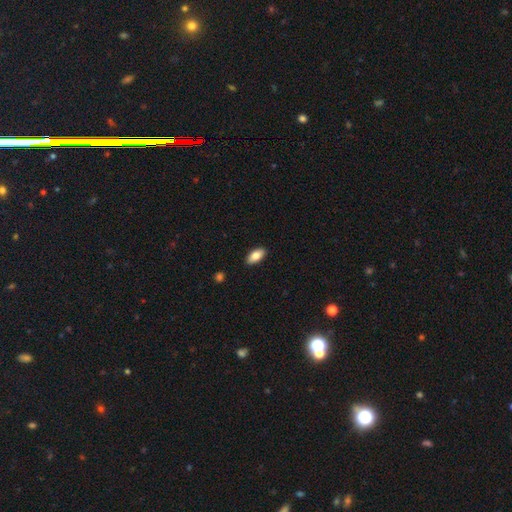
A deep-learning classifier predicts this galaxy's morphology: Smooth or featured: smooth — 82% (featured or disk — 11%)
How rounded: in between — 90% (cigar-shaped — 7%)
Merging: none — 89% (minor disturbance — 8%)